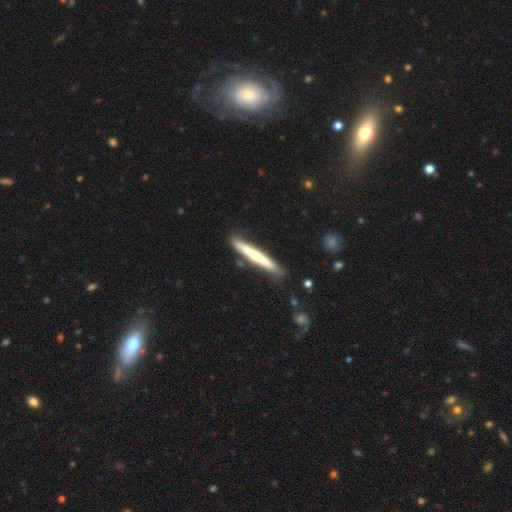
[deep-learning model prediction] Q: Smooth or featured?
A: featured or disk (52%); runner-up: smooth (43%)
Q: Edge-on disk?
A: yes (94%); runner-up: no (6%)
Q: Merging?
A: none (84%); runner-up: minor disturbance (11%)